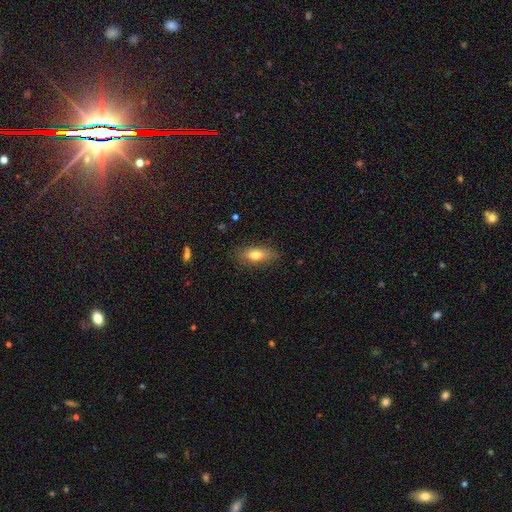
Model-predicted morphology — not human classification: The model was most divided on "smooth or featured": smooth: 72%, featured or disk: 19%, star or artifact: 9%. More confident: merging — none (82%); how rounded — in between (74%).